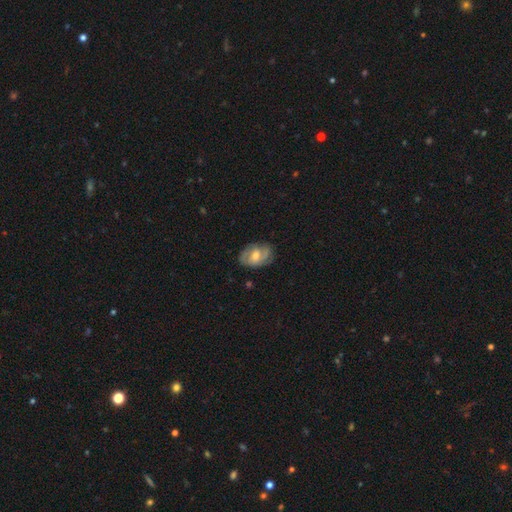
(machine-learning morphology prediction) Smooth or featured: featured or disk — 65% (smooth — 28%)
Edge-on disk: no — 96% (yes — 4%)
Bar: no — 44% (tied with weak — 44%)
Spiral arms: yes — 82% (no — 18%)
Spiral winding: tight — 42% (medium — 41%)
Spiral arm count: 2 — 49% (can't tell — 26%)
Bulge size: moderate — 68% (small — 22%)
Merging: none — 72% (minor disturbance — 21%)